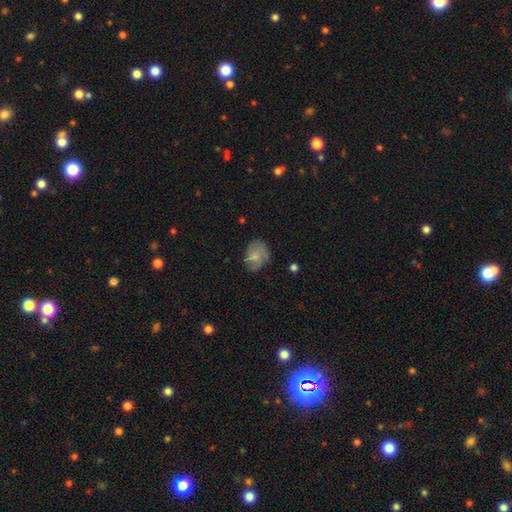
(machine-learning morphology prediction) The model was most divided on "how rounded": in between: 58%, round: 41%, cigar-shaped: 1%. More confident: merging — none (66%); smooth or featured — smooth (59%).